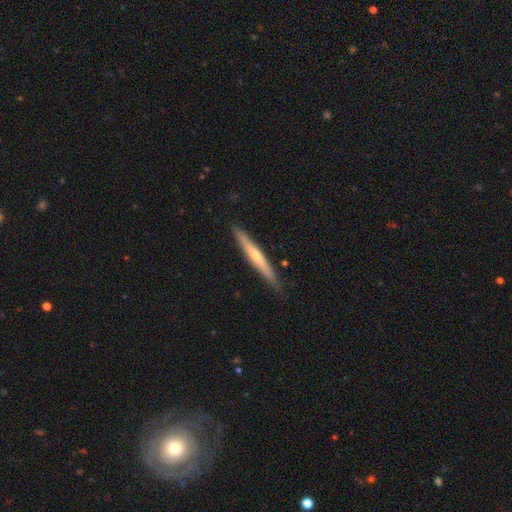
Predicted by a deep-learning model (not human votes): A featured or disk galaxy (56%) viewed edge-on (96%) with a rounded central bulge (64%). Merging: none (88%).